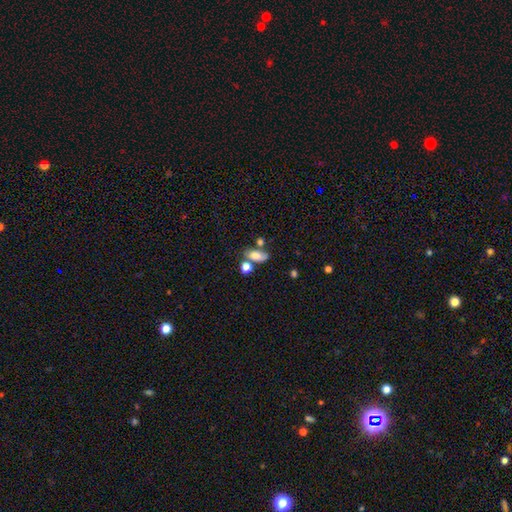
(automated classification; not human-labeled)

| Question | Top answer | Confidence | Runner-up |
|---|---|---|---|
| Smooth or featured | smooth | 74% | featured or disk (15%) |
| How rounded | in between | 85% | round (9%) |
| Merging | none | 45% | merger (30%) |